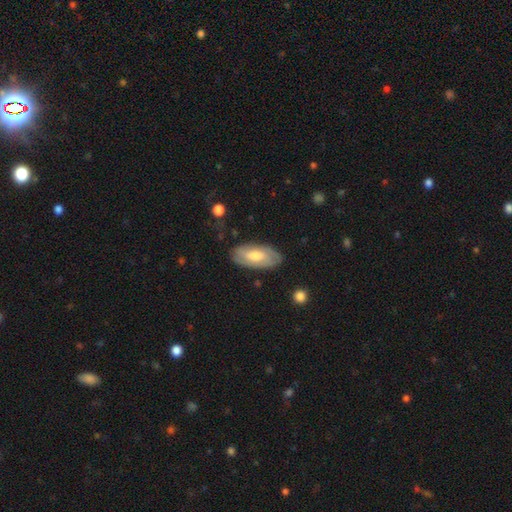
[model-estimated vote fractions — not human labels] Smooth or featured? Predicted: featured or disk (p=0.51). Edge-on disk? Predicted: no (p=0.87). Merging? Predicted: none (p=0.80).